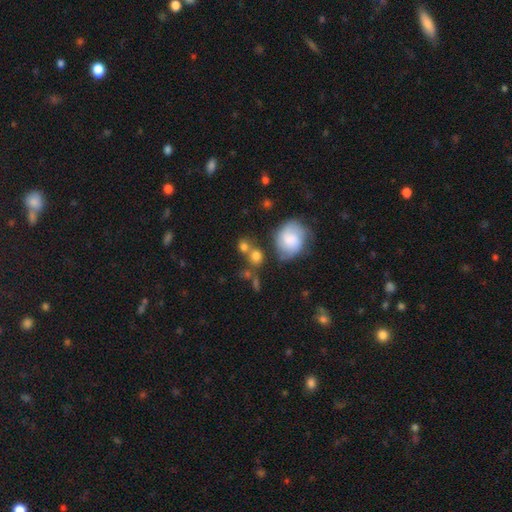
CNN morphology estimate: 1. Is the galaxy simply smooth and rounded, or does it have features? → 70% smooth, 19% featured or disk, 11% star or artifact.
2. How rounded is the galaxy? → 70% round, 28% in between, 2% cigar-shaped.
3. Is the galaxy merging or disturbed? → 49% none, 29% merger, 14% minor disturbance, 8% major disturbance.